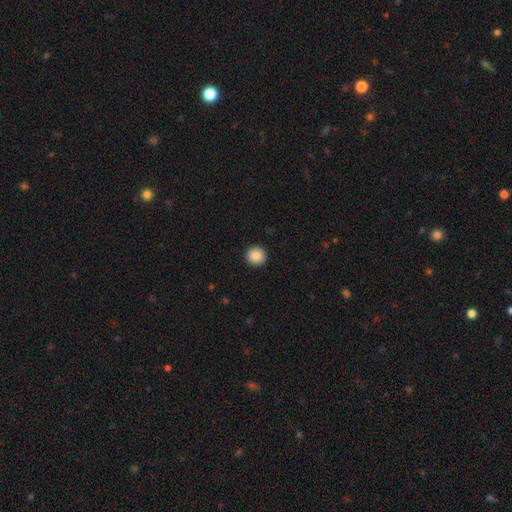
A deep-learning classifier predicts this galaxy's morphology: This appears to be a smooth galaxy with no disk features (88%) that is round (94%). Merging: none (93%).